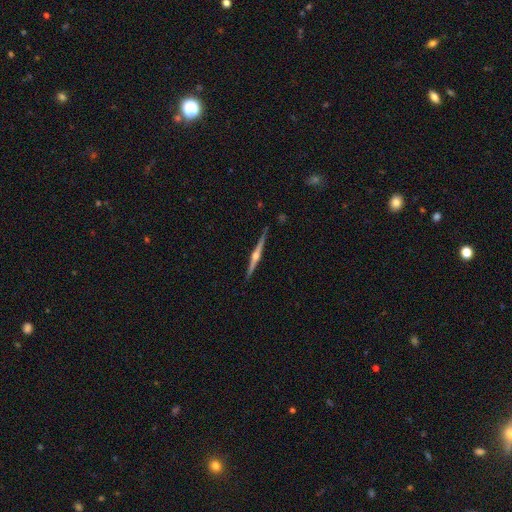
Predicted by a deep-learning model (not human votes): Smooth or featured?
  - featured or disk: 84% *
  - smooth: 11%
  - star or artifact: 5%
Edge-on disk?
  - yes: 99% *
  - no: 1%
Edge-on bulge?
  - rounded: 93% *
  - boxy: 4%
  - none: 3%
Merging?
  - none: 90% *
  - minor disturbance: 7%
  - major disturbance: 1%
  - merger: 1%